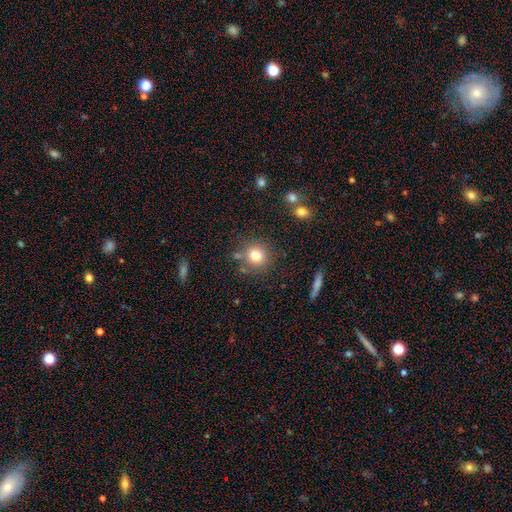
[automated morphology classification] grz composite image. It shows a smooth galaxy with no disk features (78%) that is round (90%). Merging: none (78%).